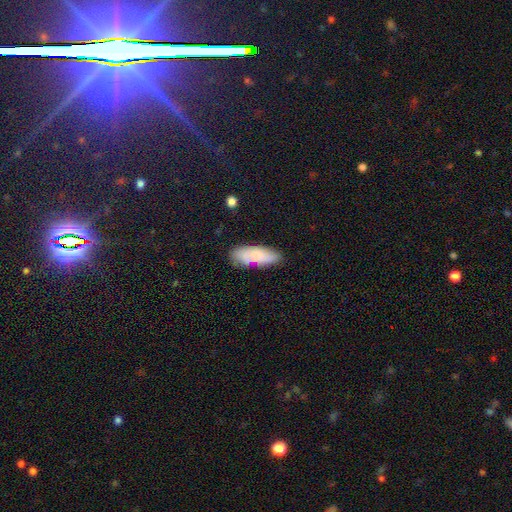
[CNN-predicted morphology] Smooth or featured?
  - smooth: 70% *
  - featured or disk: 23%
  - star or artifact: 7%
How rounded?
  - in between: 71% *
  - cigar-shaped: 27%
  - round: 2%
Merging?
  - none: 68% *
  - minor disturbance: 20%
  - merger: 7%
  - major disturbance: 5%